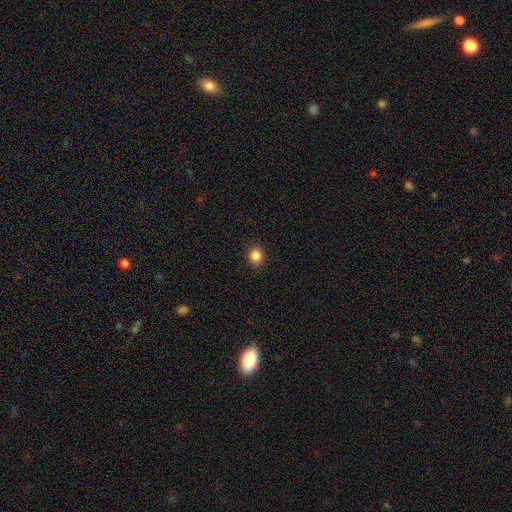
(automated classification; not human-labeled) Q: Smooth or featured?
A: smooth (85%); runner-up: star or artifact (11%)
Q: How rounded?
A: round (77%); runner-up: in between (23%)
Q: Merging?
A: none (91%); runner-up: minor disturbance (6%)